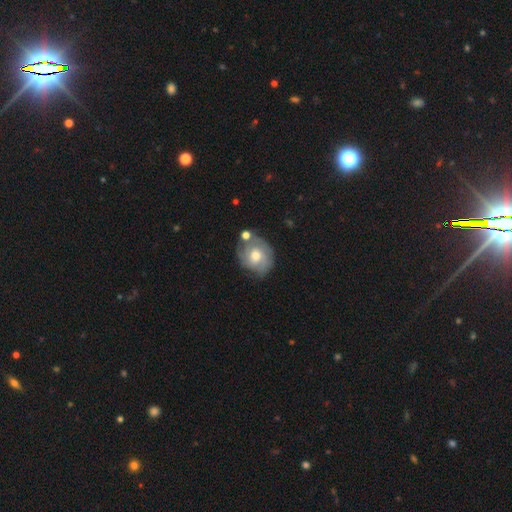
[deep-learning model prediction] smooth_or_featured: featured or disk (p=0.65) [alt: smooth p=0.29]
disk_edge_on: no (p=0.97) [alt: yes p=0.03]
bar: no (p=0.73) [alt: weak p=0.24]
has_spiral_arms: yes (p=0.83) [alt: no p=0.17]
spiral_winding: tight (p=0.58) [alt: medium p=0.32]
spiral_arm_count: can't tell (p=0.37) [alt: 2 p=0.28]
bulge_size: moderate (p=0.72) [alt: small p=0.13]
merging: none (p=0.60) [alt: minor disturbance p=0.22]